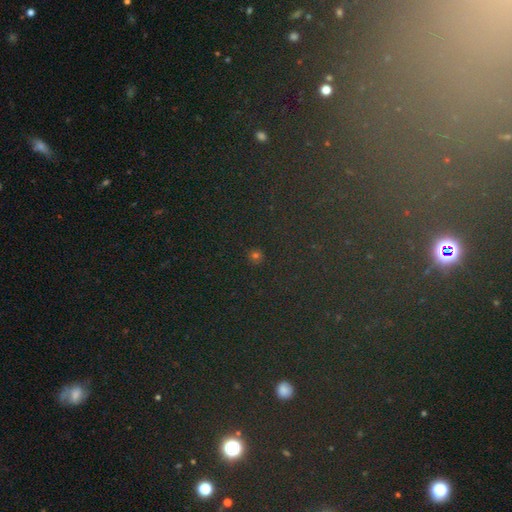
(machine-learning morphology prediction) Smooth or featured: smooth — 53% (star or artifact — 41%)
How rounded: round — 89% (in between — 10%)
Merging: none — 89% (minor disturbance — 7%)